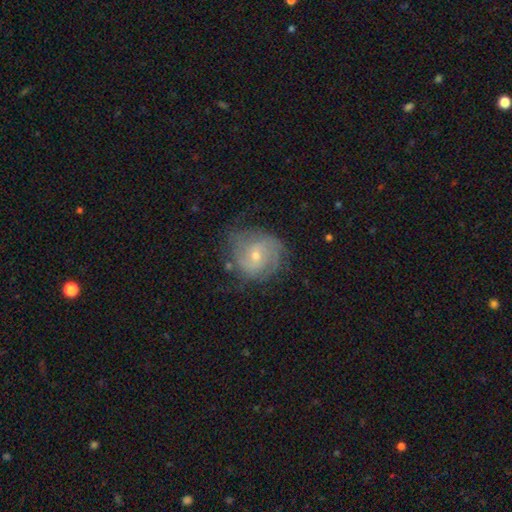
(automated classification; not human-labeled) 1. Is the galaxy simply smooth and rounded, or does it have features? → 73% featured or disk, 20% smooth, 7% star or artifact.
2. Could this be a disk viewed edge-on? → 97% no, 3% yes.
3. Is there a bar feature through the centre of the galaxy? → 56% no, 37% weak, 6% strong.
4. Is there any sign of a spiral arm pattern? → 90% yes, 10% no.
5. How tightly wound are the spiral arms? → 50% tight, 37% medium, 13% loose.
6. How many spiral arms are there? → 34% can't tell, 30% 2, 19% 3, 7% 4, 5% 1, 4% more than 4.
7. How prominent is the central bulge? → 54% small, 42% moderate, 2% large, 1% none, 1% dominant.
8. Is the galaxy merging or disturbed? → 65% none, 22% minor disturbance, 11% major disturbance, 2% merger.